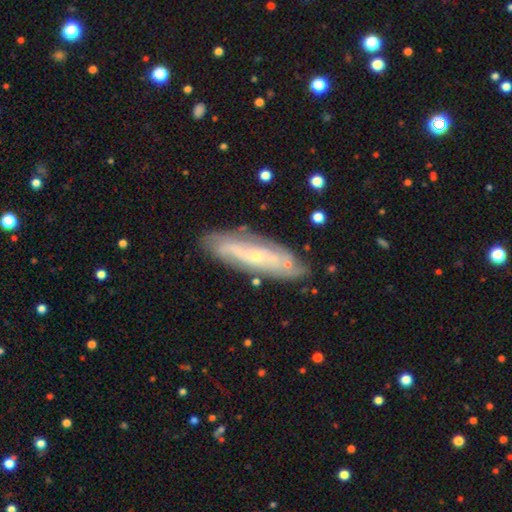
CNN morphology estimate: smooth-or-featured: featured or disk: 72% | smooth: 21% | star or artifact: 7%
  disk-edge-on: no: 74% | yes: 26%
    bar: no: 70% | weak: 22% | strong: 8%
    has-spiral-arms: yes: 80% | no: 20%
    bulge-size: small: 79% | moderate: 17% | none: 2% | large: 1% | dominant: 1%
  merging: none: 80% | minor disturbance: 15% | major disturbance: 3% | merger: 2%